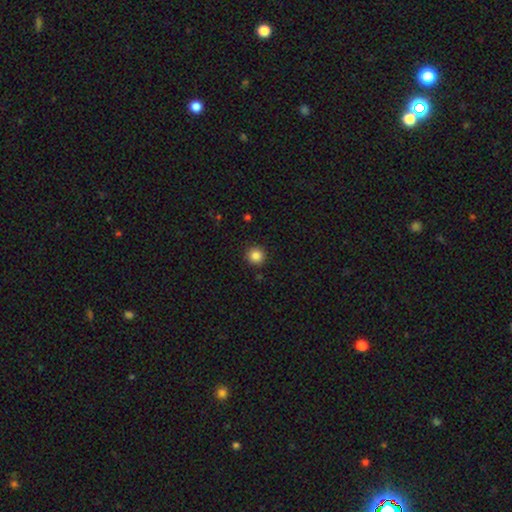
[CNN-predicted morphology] Smooth or featured? smooth (85%)
How rounded? round (95%)
Merging? none (92%)